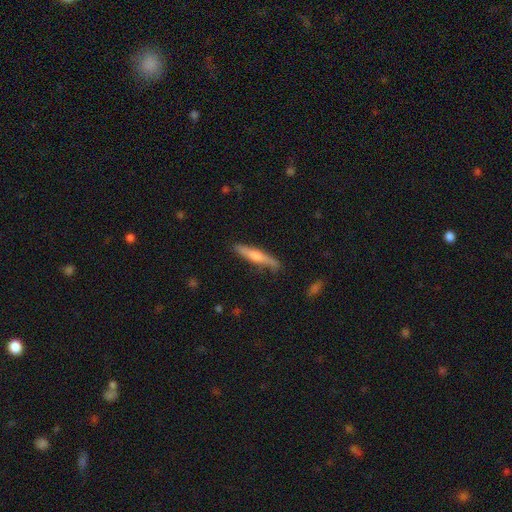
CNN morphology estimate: type=featured or disk (53%); edge-on=yes (93%); merging=none (82%).